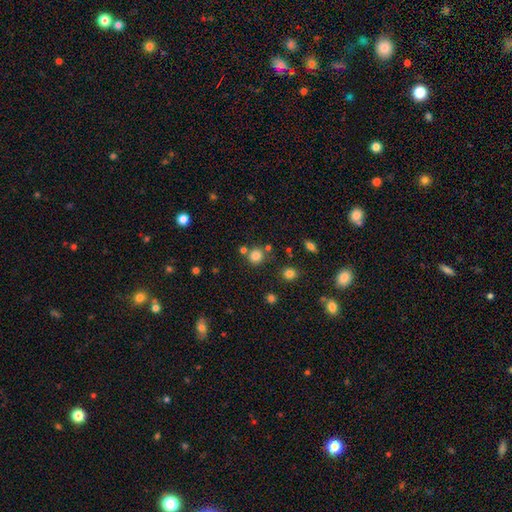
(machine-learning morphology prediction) The model was most divided on "merging": none: 74%, merger: 13%, minor disturbance: 9%, major disturbance: 3%. More confident: how rounded — round (89%); smooth or featured — smooth (80%).